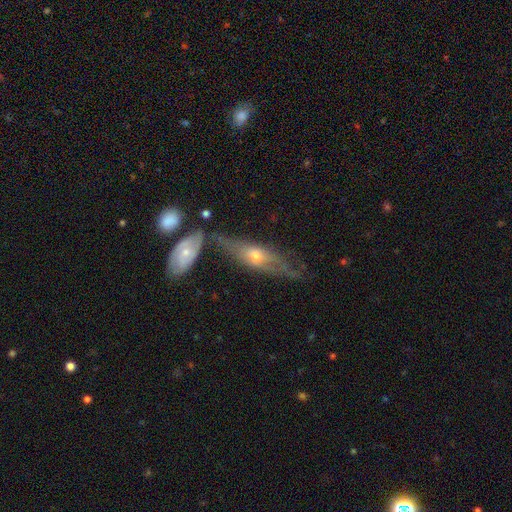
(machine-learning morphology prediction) This is likely a featured or disk galaxy (65%). It is likely viewed edge-on (70%). Merging: possibly none (51%).